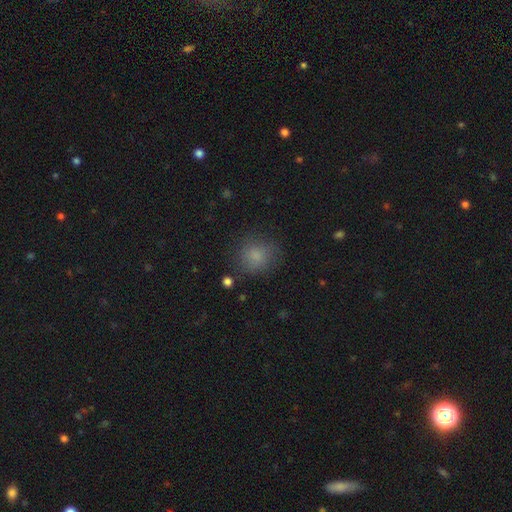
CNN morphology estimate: Q: Smooth or featured?
A: smooth (80%); runner-up: star or artifact (12%)
Q: How rounded?
A: round (80%); runner-up: in between (19%)
Q: Merging?
A: none (75%); runner-up: minor disturbance (16%)